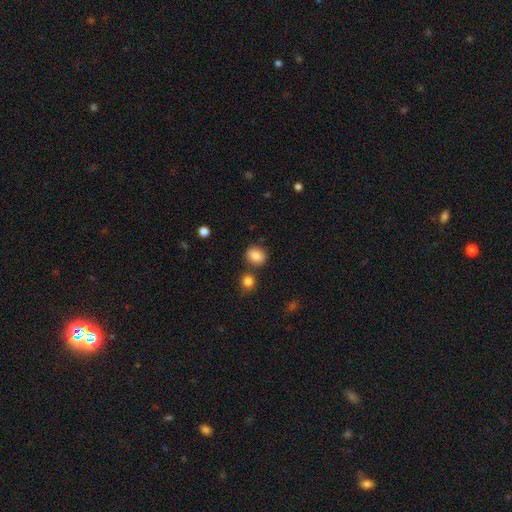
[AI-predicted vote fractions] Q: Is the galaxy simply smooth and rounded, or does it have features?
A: smooth — 84%.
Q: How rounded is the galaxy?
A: round — 65%.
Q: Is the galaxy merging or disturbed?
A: none — 80%.